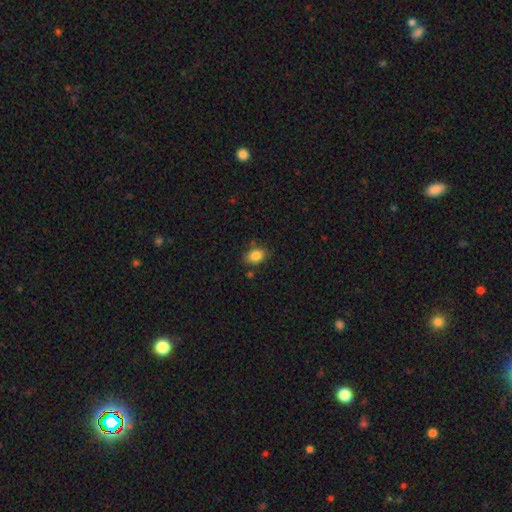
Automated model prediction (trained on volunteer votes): This appears to be a smooth galaxy with no disk features (85%) that is in between round and cigar-shaped (74%). Merging: none (78%).